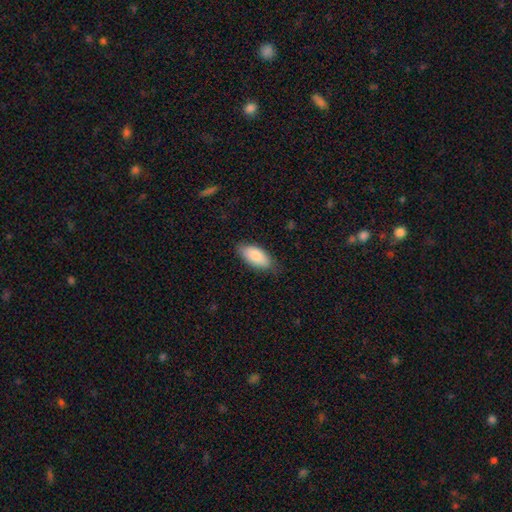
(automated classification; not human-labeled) This appears to be a smooth galaxy with no disk features (85%) that is in between round and cigar-shaped (91%). Merging: none (78%).